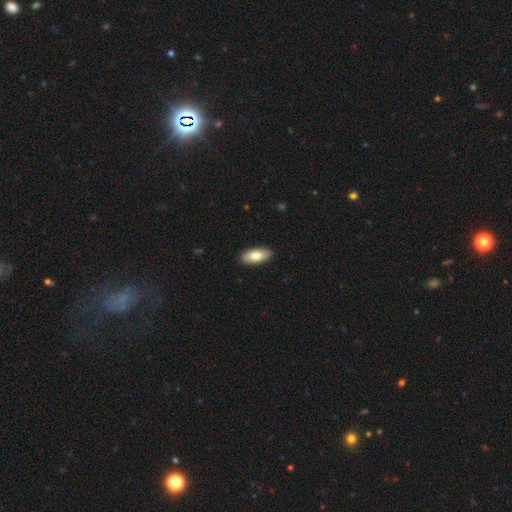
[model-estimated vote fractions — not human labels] Smooth or featured?
  - smooth: 79% *
  - featured or disk: 15%
  - star or artifact: 6%
How rounded?
  - in between: 86% *
  - cigar-shaped: 11%
  - round: 2%
Merging?
  - none: 90% *
  - minor disturbance: 8%
  - major disturbance: 2%
  - merger: 1%